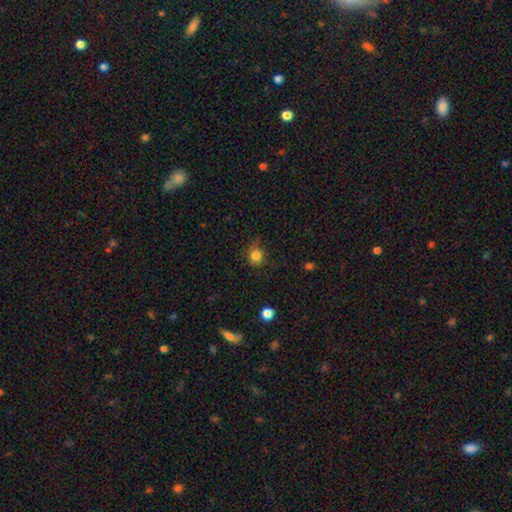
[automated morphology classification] This is clearly a smooth galaxy (83%). How rounded: clearly round (85%). Merging: likely none (72%).